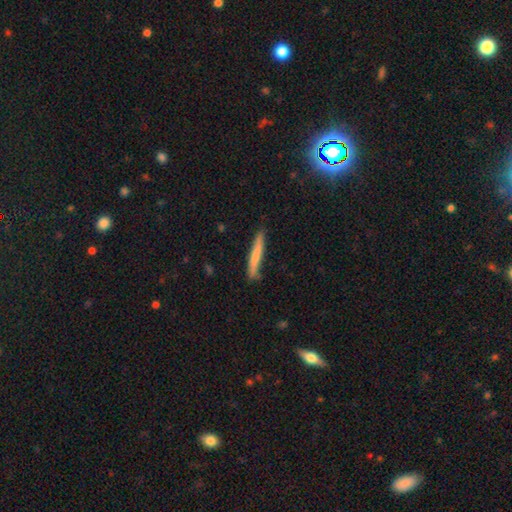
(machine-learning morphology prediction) smooth 69%, featured or disk 25%, star or artifact 5%. Down the decision tree: how rounded — cigar-shaped (95%); merging — none (78%).